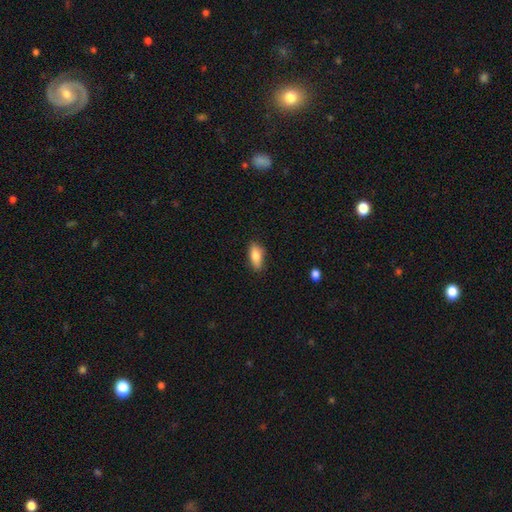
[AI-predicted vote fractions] Smooth or featured: smooth — 81% (featured or disk — 12%)
How rounded: in between — 81% (cigar-shaped — 15%)
Merging: none — 82% (minor disturbance — 14%)